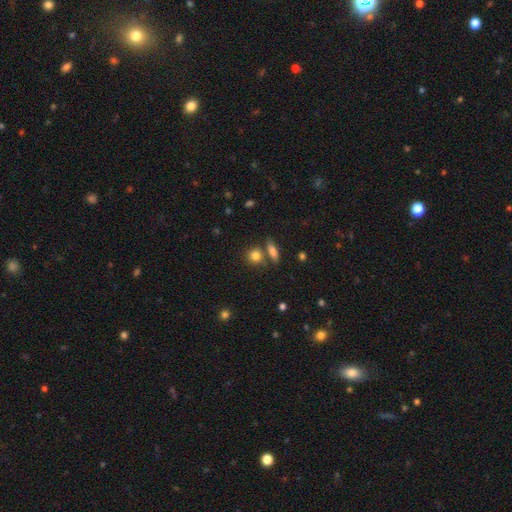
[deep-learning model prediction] Smooth or featured?
  - smooth: 83% *
  - star or artifact: 10%
  - featured or disk: 8%
How rounded?
  - round: 68% *
  - in between: 27%
  - cigar-shaped: 6%
Merging?
  - none: 66% *
  - merger: 21%
  - minor disturbance: 10%
  - major disturbance: 3%